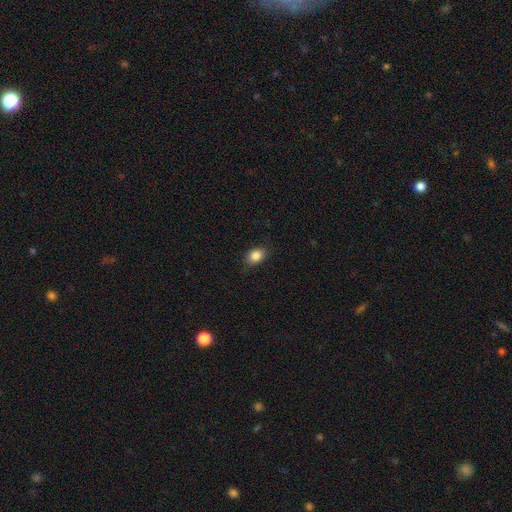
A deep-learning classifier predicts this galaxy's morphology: Smooth or featured?
  - smooth: 86% *
  - star or artifact: 9%
  - featured or disk: 5%
How rounded?
  - in between: 70% *
  - round: 28%
  - cigar-shaped: 1%
Merging?
  - none: 83% *
  - minor disturbance: 13%
  - major disturbance: 3%
  - merger: 1%